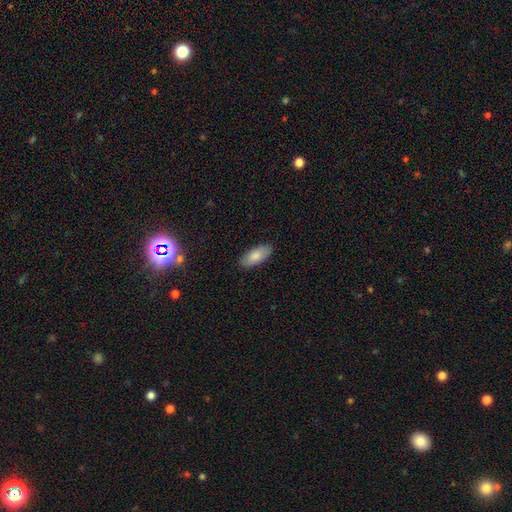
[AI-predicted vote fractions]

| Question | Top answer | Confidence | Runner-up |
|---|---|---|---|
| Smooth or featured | smooth | 83% | featured or disk (11%) |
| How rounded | in between | 87% | cigar-shaped (11%) |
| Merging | none | 88% | minor disturbance (9%) |